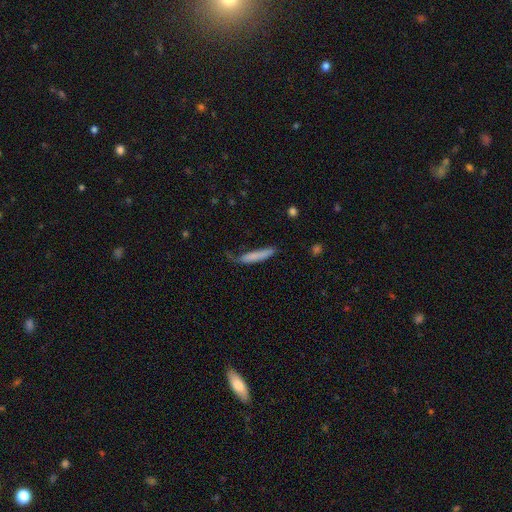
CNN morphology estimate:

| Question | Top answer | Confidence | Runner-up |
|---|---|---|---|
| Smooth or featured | smooth | 76% | featured or disk (17%) |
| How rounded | cigar-shaped | 90% | in between (9%) |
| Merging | none | 52% | minor disturbance (30%) |